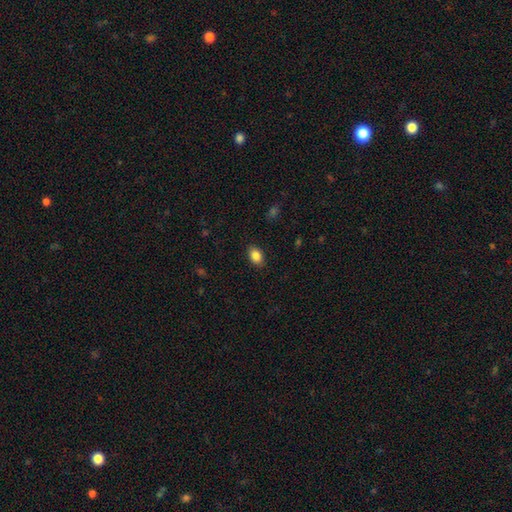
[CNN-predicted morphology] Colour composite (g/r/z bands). It shows a smooth galaxy with no disk features (86%) that is in between round and cigar-shaped (85%). Merging: none (88%).